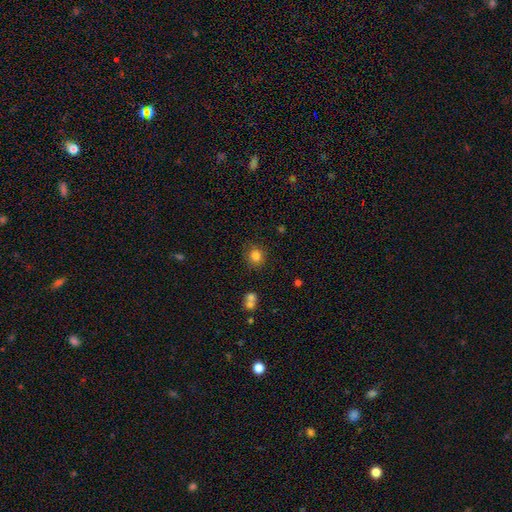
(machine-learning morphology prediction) Smooth or featured?
  - smooth: 83% *
  - star or artifact: 12%
  - featured or disk: 6%
How rounded?
  - round: 89% *
  - in between: 10%
  - cigar-shaped: 1%
Merging?
  - none: 82% *
  - minor disturbance: 10%
  - merger: 5%
  - major disturbance: 3%